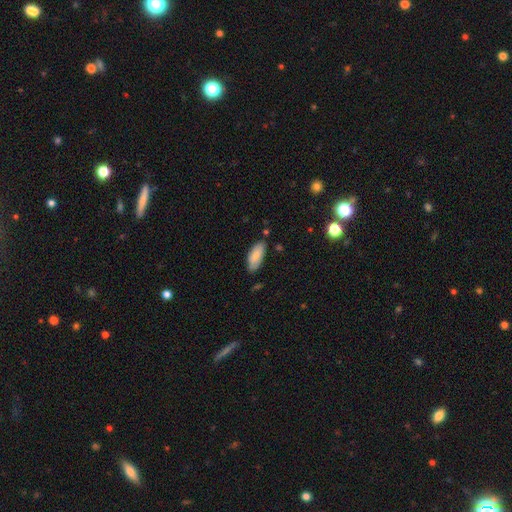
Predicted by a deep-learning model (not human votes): smooth-or-featured: smooth: 83% | featured or disk: 11% | star or artifact: 6%
  how-rounded: in between: 84% | cigar-shaped: 14% | round: 2%
  merging: none: 77% | minor disturbance: 18% | major disturbance: 3% | merger: 2%